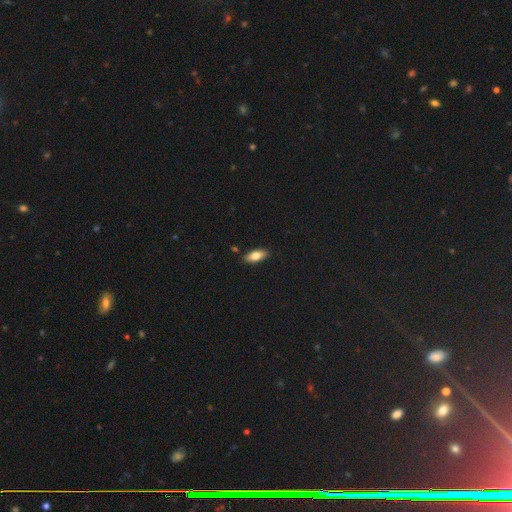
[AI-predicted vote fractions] smooth 78%, featured or disk 15%, star or artifact 7%. Down the decision tree: how rounded — in between (83%); merging — none (86%).